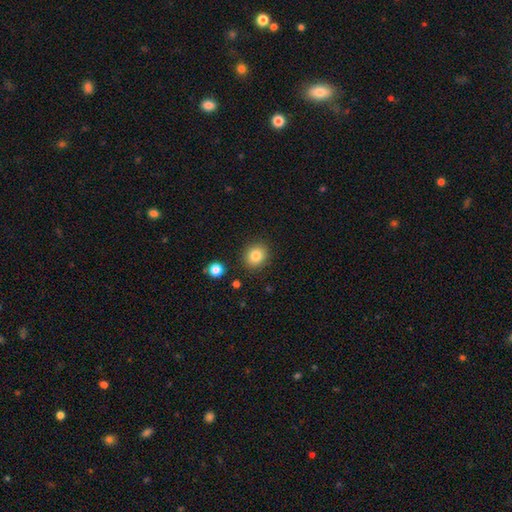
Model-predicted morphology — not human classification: smooth 84%, star or artifact 10%, featured or disk 6%. Down the decision tree: how rounded — round (75%); merging — none (88%).